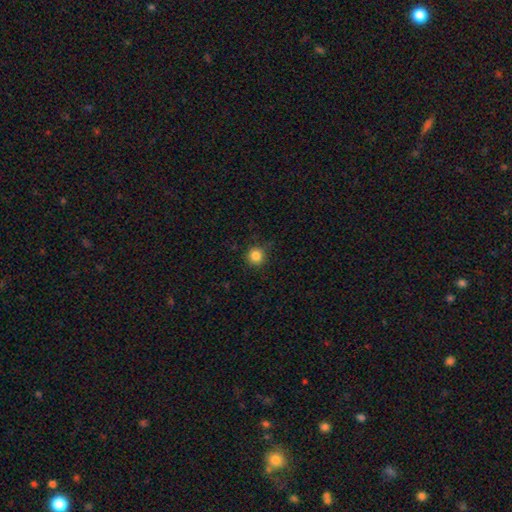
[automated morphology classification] A smooth galaxy with no disk features (84%) that is round (94%). Merging: none (86%).